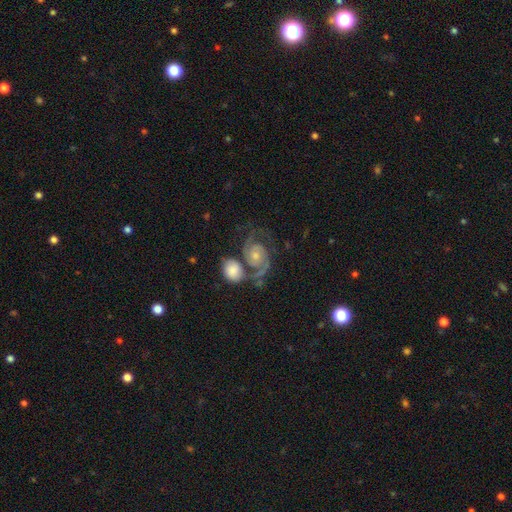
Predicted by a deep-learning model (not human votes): The model was most divided on "bulge size": small: 48%, moderate: 42%, large: 5%, none: 3%, dominant: 2%. Remaining: edge-on disk — no (98%); spiral arms — yes (97%); smooth or featured — featured or disk (85%); spiral arm count — 2 (85%); bar — no (72%); spiral winding — medium (48%); merging — none (45%).